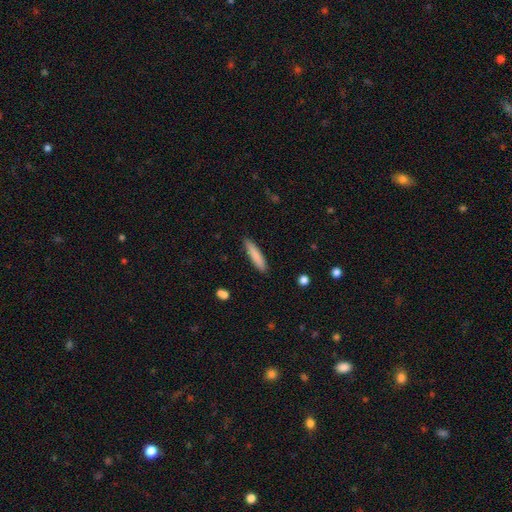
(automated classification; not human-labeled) Smooth or featured? smooth (82%)
How rounded? cigar-shaped (86%)
Merging? none (88%)